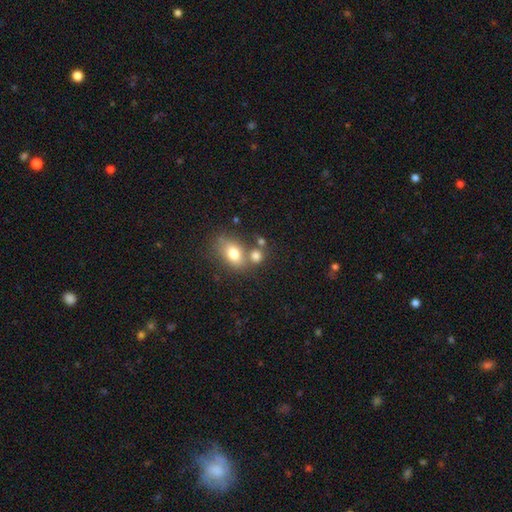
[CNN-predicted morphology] Overall: smooth (77%). How rounded: round (50%; in between 49%). Merging: none (47%; merger 37%).